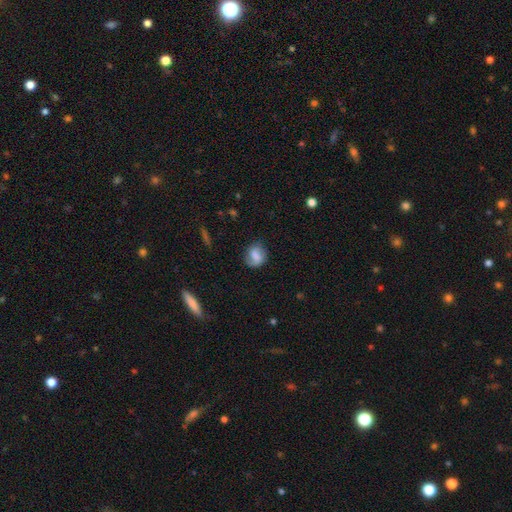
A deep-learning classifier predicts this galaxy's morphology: Q: Smooth or featured?
A: smooth (59%); runner-up: featured or disk (32%)
Q: How rounded?
A: round (61%); runner-up: in between (37%)
Q: Merging?
A: none (67%); runner-up: minor disturbance (22%)